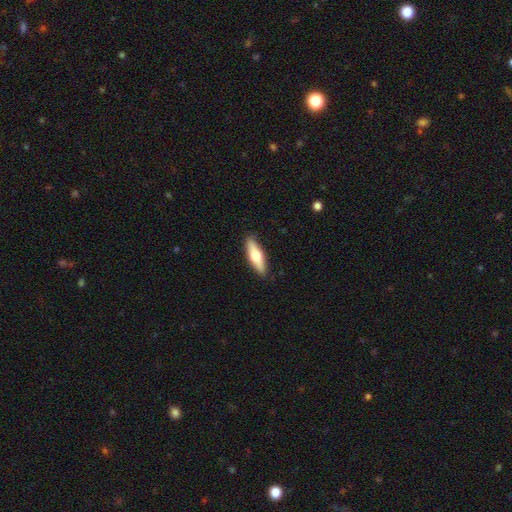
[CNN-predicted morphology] Q: Smooth or featured?
A: smooth (59%); runner-up: featured or disk (36%)
Q: How rounded?
A: cigar-shaped (57%); runner-up: in between (40%)
Q: Merging?
A: none (89%); runner-up: minor disturbance (9%)